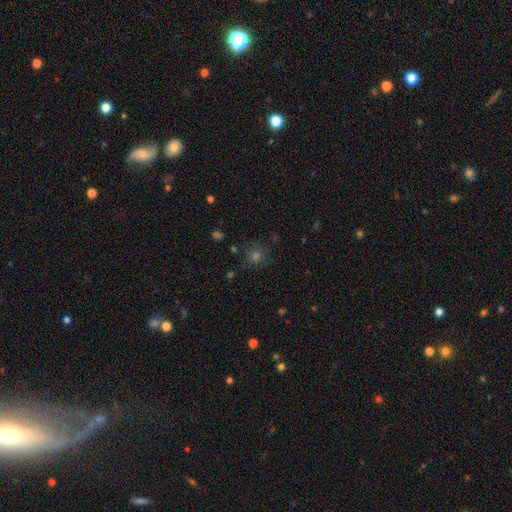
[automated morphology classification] Q: Smooth or featured?
A: smooth (55%); runner-up: star or artifact (33%)
Q: How rounded?
A: round (90%); runner-up: in between (9%)
Q: Merging?
A: none (81%); runner-up: minor disturbance (11%)